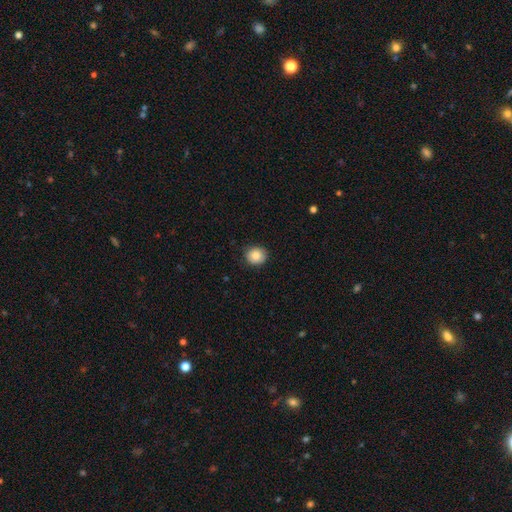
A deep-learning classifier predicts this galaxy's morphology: This appears to be a smooth galaxy with no disk features (85%) that is round (85%). Merging: none (85%).